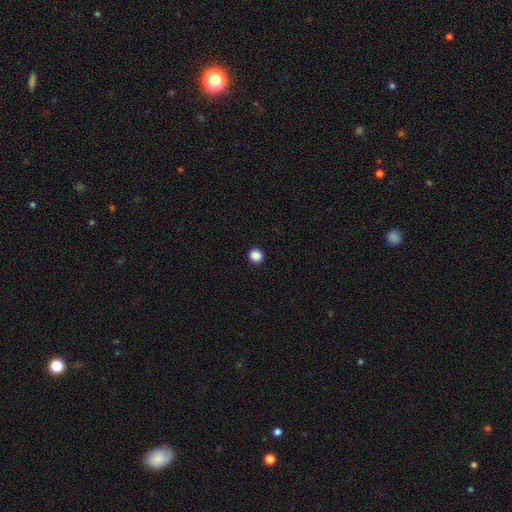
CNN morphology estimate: Smooth or featured? Predicted: smooth (p=0.87). How rounded? Predicted: round (p=0.90). Merging? Predicted: none (p=0.93).